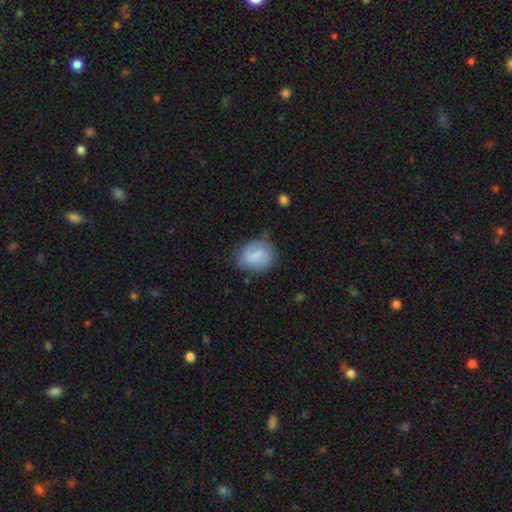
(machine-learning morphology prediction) The model was most divided on "how rounded": round: 52%, in between: 46%, cigar-shaped: 2%. More confident: merging — none (66%); smooth or featured — smooth (65%).